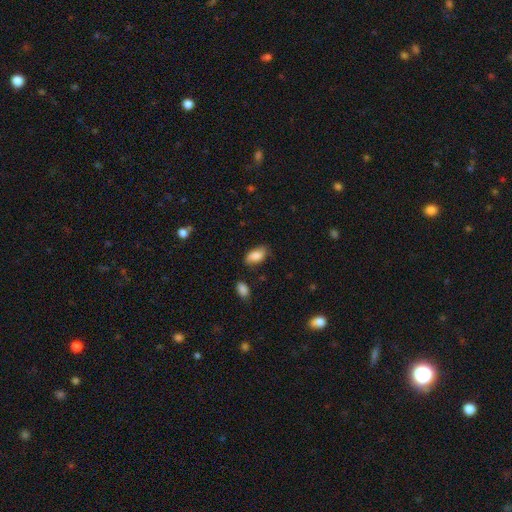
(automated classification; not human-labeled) This is clearly a smooth galaxy (86%). How rounded: clearly in between (92%). Merging: likely none (72%).